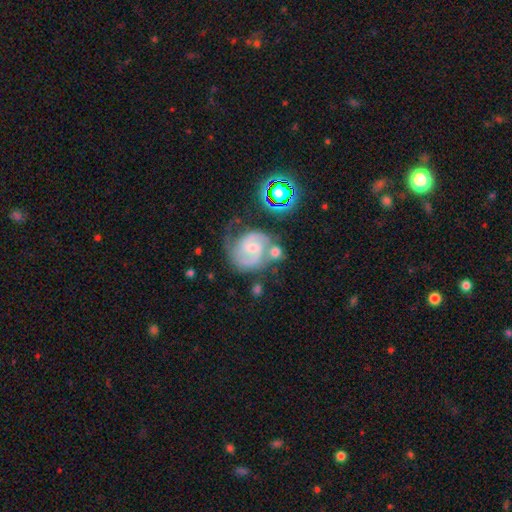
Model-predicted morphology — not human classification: The model was most divided on "bar": weak: 46%, no: 44%, strong: 10%. Remaining: edge-on disk — no (98%); spiral arms — yes (97%); spiral arm count — 2 (86%); smooth or featured — featured or disk (84%); spiral winding — medium (52%); bulge size — small (51%); merging — none (48%).